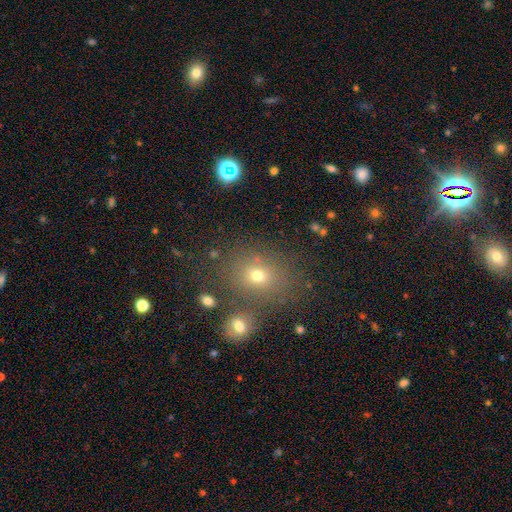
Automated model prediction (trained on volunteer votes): Smooth or featured? Predicted: smooth (p=0.55). How rounded? Predicted: round (p=0.56). Merging? Predicted: none (p=0.78).